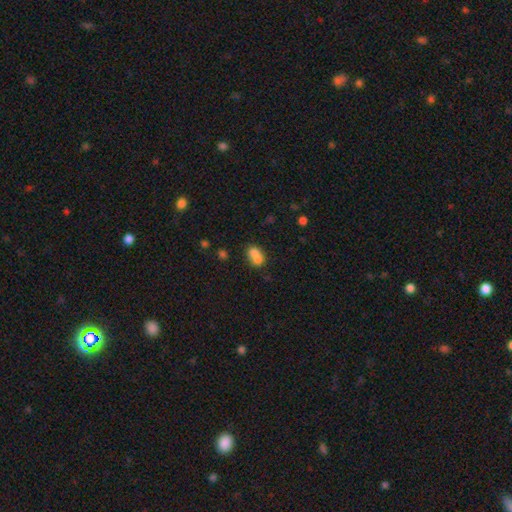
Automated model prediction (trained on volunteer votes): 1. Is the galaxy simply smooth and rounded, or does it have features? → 72% smooth, 17% featured or disk, 11% star or artifact.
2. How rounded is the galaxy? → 51% round, 48% in between, 1% cigar-shaped.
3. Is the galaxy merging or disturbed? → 66% merger, 24% none, 7% minor disturbance, 3% major disturbance.